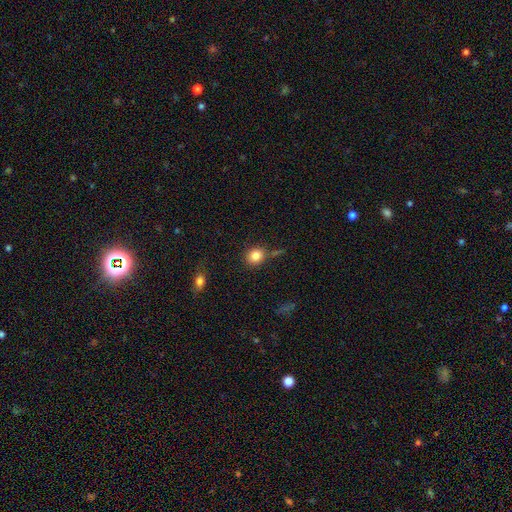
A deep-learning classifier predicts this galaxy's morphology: smooth 84%, star or artifact 10%, featured or disk 6%. Down the decision tree: how rounded — round (73%); merging — none (75%).